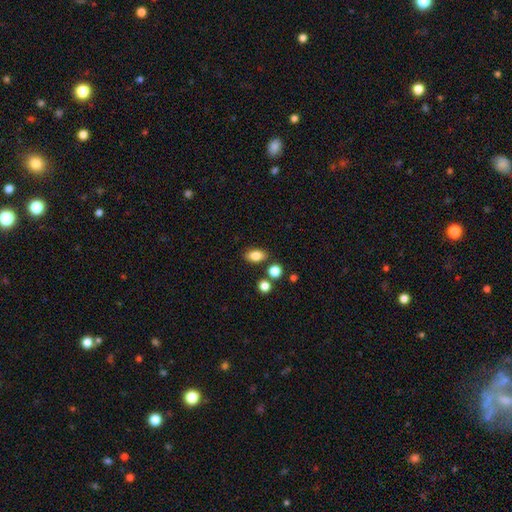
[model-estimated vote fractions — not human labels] Q: Smooth or featured?
A: smooth (83%); runner-up: star or artifact (10%)
Q: How rounded?
A: in between (85%); runner-up: round (13%)
Q: Merging?
A: none (81%); runner-up: minor disturbance (10%)